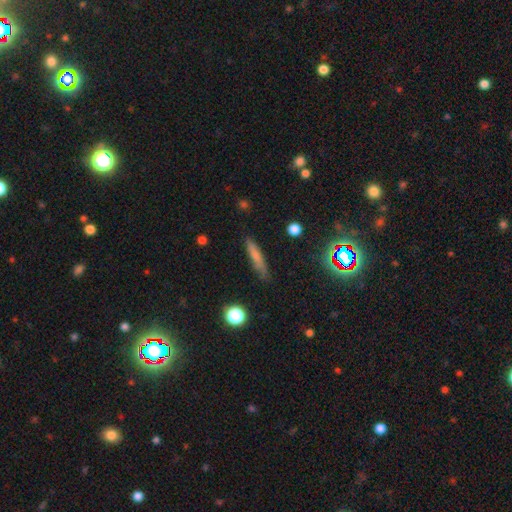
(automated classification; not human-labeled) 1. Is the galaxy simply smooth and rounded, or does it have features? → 69% smooth, 21% featured or disk, 10% star or artifact.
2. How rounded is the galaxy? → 86% cigar-shaped, 11% in between, 3% round.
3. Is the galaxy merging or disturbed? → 79% none, 16% minor disturbance, 4% major disturbance, 2% merger.